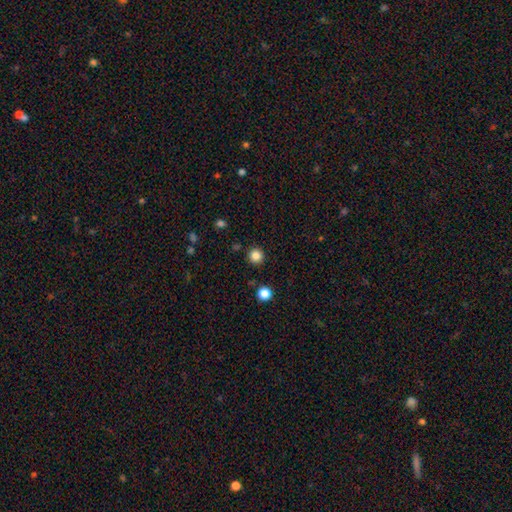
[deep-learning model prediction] Q: Smooth or featured?
A: smooth (84%); runner-up: star or artifact (12%)
Q: How rounded?
A: round (95%); runner-up: in between (4%)
Q: Merging?
A: none (92%); runner-up: minor disturbance (5%)